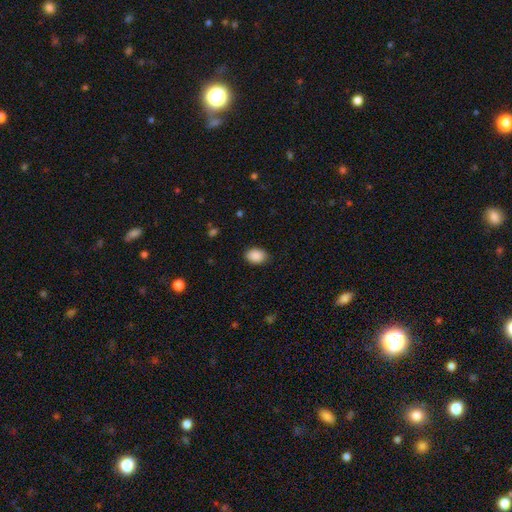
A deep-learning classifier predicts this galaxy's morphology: Smooth or featured? smooth (89%)
How rounded? in between (78%)
Merging? none (86%)